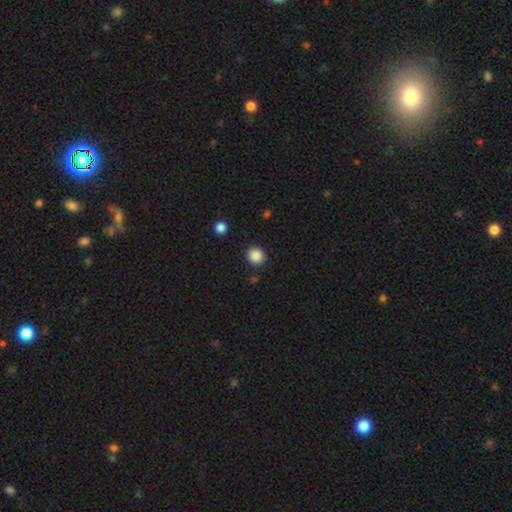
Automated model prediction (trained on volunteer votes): This is clearly a smooth galaxy (87%). How rounded: clearly round (90%). Merging: clearly none (89%).